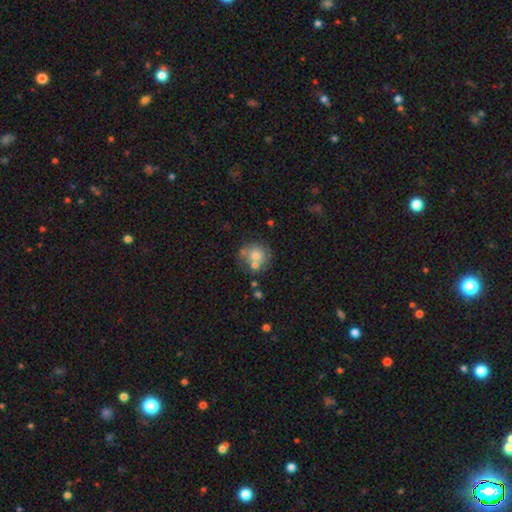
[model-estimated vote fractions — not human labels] Q: Smooth or featured?
A: smooth (66%); runner-up: featured or disk (24%)
Q: How rounded?
A: round (87%); runner-up: in between (12%)
Q: Merging?
A: none (54%); runner-up: merger (24%)